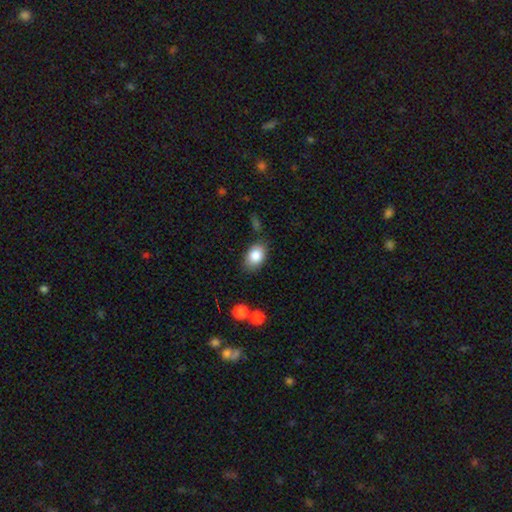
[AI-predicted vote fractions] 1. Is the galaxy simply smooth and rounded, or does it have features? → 85% smooth, 8% featured or disk, 8% star or artifact.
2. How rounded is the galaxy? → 82% in between, 17% round, 1% cigar-shaped.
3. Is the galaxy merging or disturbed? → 76% none, 16% minor disturbance, 4% major disturbance, 4% merger.